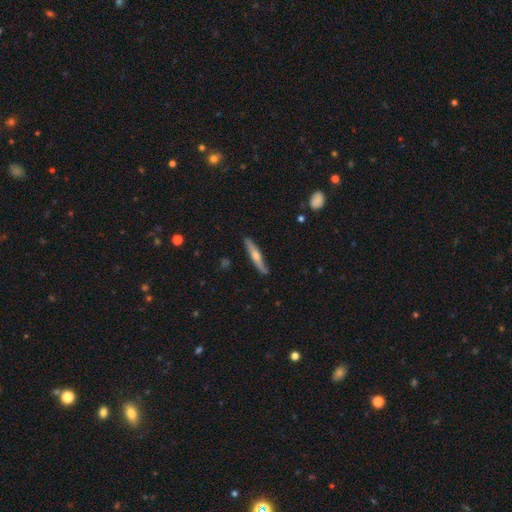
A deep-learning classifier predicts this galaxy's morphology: Smooth or featured? Predicted: featured or disk (p=0.48). Merging? Predicted: none (p=0.84).